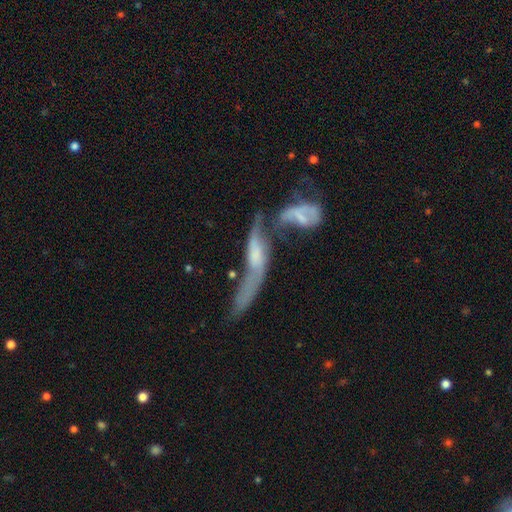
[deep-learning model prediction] Smooth or featured?
  - featured or disk: 68% *
  - smooth: 23%
  - star or artifact: 9%
Edge-on disk?
  - no: 65% *
  - yes: 35%
Merging?
  - merger: 59% *
  - major disturbance: 17%
  - none: 14%
  - minor disturbance: 10%